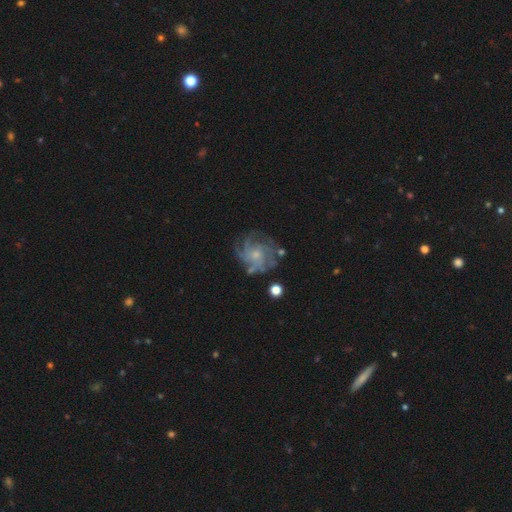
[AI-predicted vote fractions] Overall: featured or disk (81%). Edge-on disk: no (98%). Bar: no (74%). Spiral arms: yes (93%). Spiral arm count: can't tell (31%; 4 25%). Spiral winding: tight (53%; medium 35%). Bulge size: small (61%; moderate 31%). Merging: none (68%).